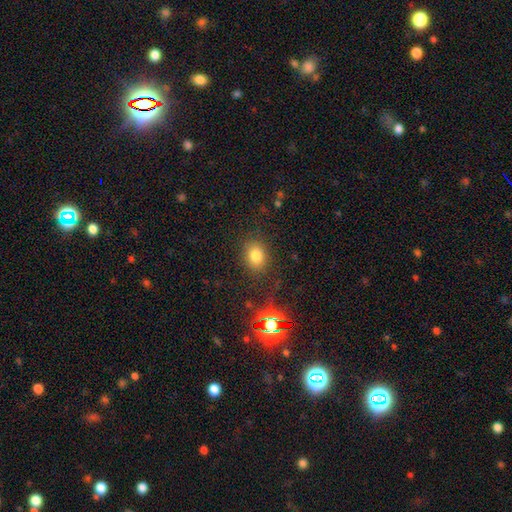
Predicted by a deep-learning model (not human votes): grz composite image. It shows a smooth galaxy with no disk features (76%) that is in between round and cigar-shaped (54%). Merging: none (83%).